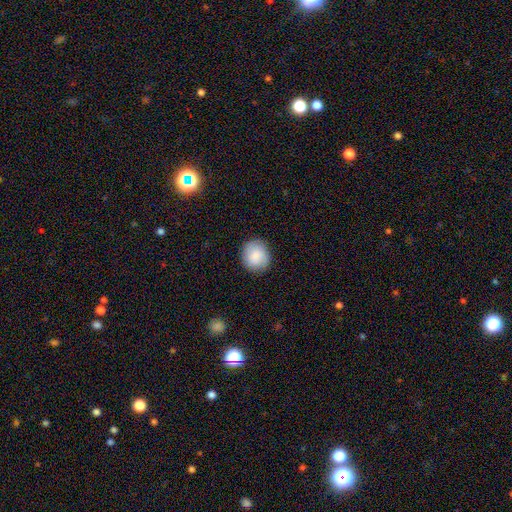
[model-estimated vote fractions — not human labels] Q: Smooth or featured?
A: smooth (85%); runner-up: featured or disk (8%)
Q: How rounded?
A: round (82%); runner-up: in between (17%)
Q: Merging?
A: none (87%); runner-up: minor disturbance (10%)